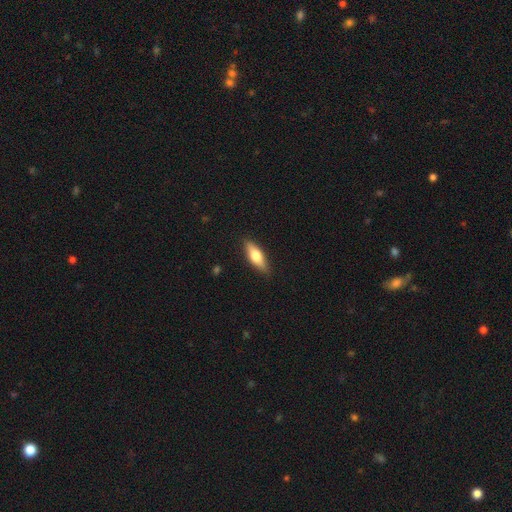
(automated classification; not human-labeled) smooth_or_featured: smooth (p=0.62) [alt: featured or disk p=0.32]
how_rounded: in between (p=0.60) [alt: cigar-shaped p=0.37]
merging: none (p=0.88) [alt: minor disturbance p=0.09]